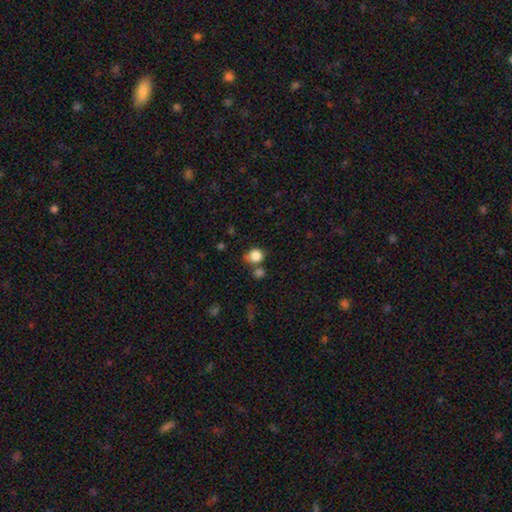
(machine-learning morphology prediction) smooth_or_featured: smooth (p=0.84) [alt: star or artifact p=0.10]
how_rounded: round (p=0.77) [alt: in between p=0.22]
merging: none (p=0.55) [alt: minor disturbance p=0.19]